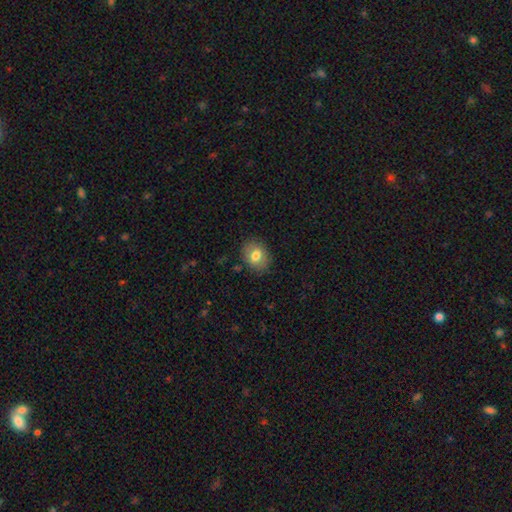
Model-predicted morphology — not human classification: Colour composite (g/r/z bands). It shows a smooth galaxy with no disk features (76%) that is in between round and cigar-shaped (56%). Merging: none (84%).